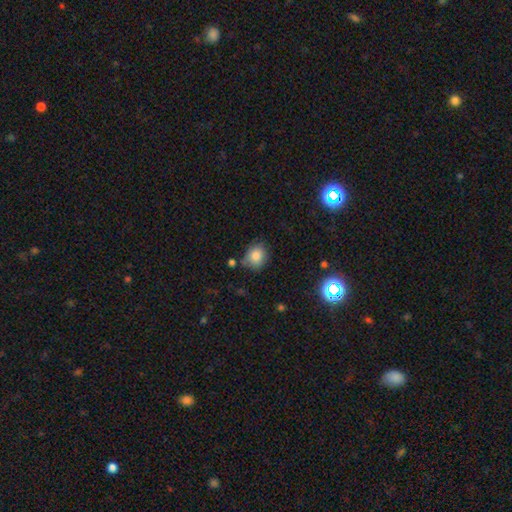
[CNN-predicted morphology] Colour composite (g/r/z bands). It shows a smooth galaxy with no disk features (83%) that is round (65%). Merging: none (68%).